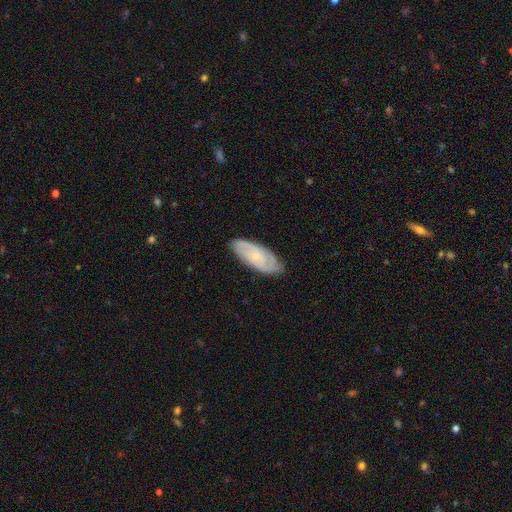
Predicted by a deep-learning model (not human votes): This is likely a featured or disk galaxy (71%). It is clearly not viewed edge-on (91%). Bar: likely no (70%). Spiral arm pattern: clearly yes (91%). Spiral arm count: marginally 2 (40%). Spiral winding: possibly tight (57%). Central bulge: likely small (79%). Merging: clearly none (80%).